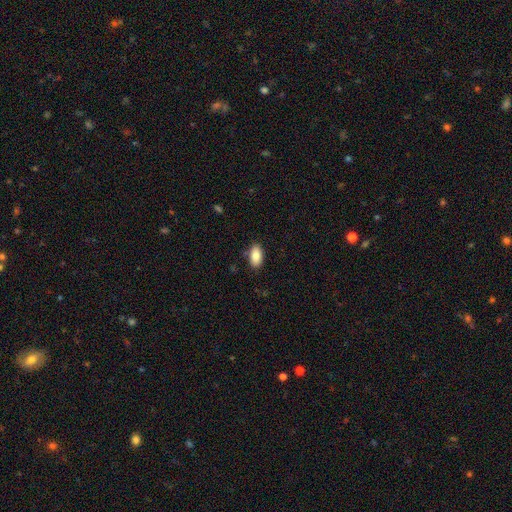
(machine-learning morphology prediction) Smooth or featured? Predicted: smooth (p=0.87). How rounded? Predicted: in between (p=0.93). Merging? Predicted: none (p=0.85).